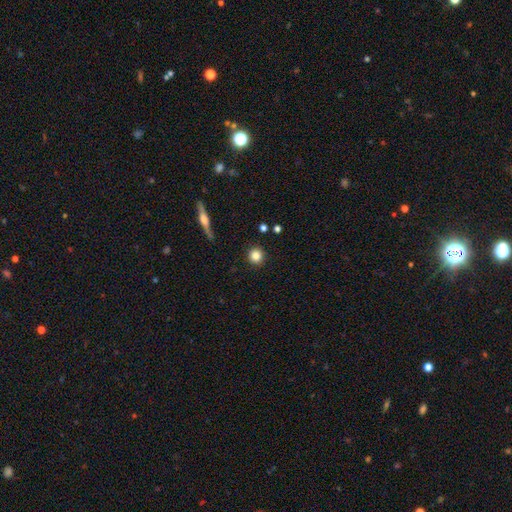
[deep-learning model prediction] smooth 83%, star or artifact 10%, featured or disk 8%. Down the decision tree: how rounded — round (94%); merging — none (91%).